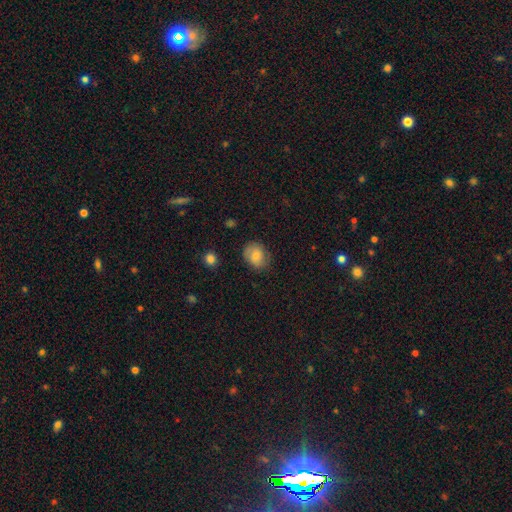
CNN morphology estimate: Smooth or featured? smooth (73%)
How rounded? in between (53%)
Merging? none (77%)